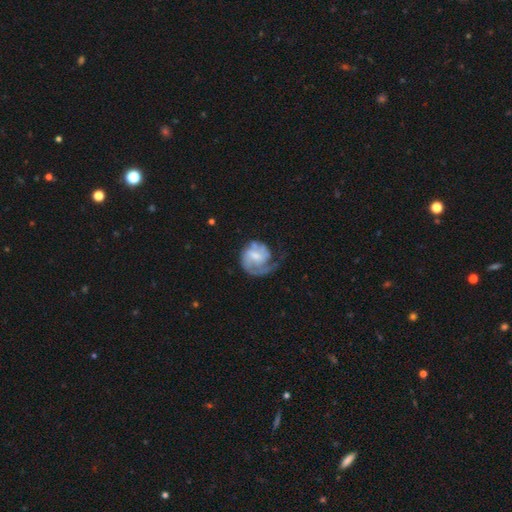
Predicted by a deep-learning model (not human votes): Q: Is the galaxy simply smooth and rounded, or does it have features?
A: featured or disk — 67%.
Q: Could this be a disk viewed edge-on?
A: no — 98%.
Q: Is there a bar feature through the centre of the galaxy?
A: weak — 45%, tied with no.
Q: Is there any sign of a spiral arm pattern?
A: yes — 85%.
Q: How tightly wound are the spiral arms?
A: tight — 37%.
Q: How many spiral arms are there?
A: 1 — 58%.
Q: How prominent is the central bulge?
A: moderate — 38%.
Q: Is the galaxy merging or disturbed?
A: none — 39%.